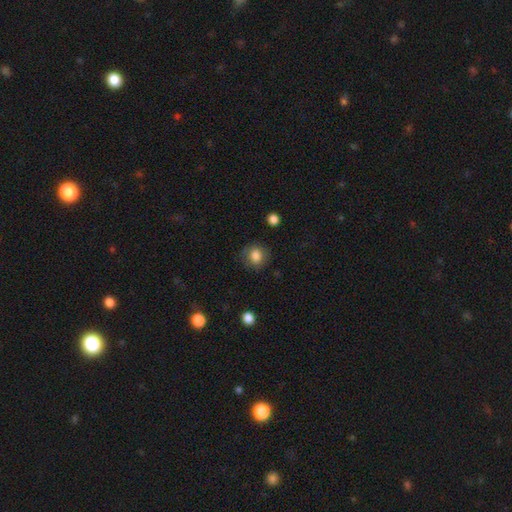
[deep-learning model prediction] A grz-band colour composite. It shows a smooth galaxy with no disk features (82%) that is round (72%). Merging: none (80%).